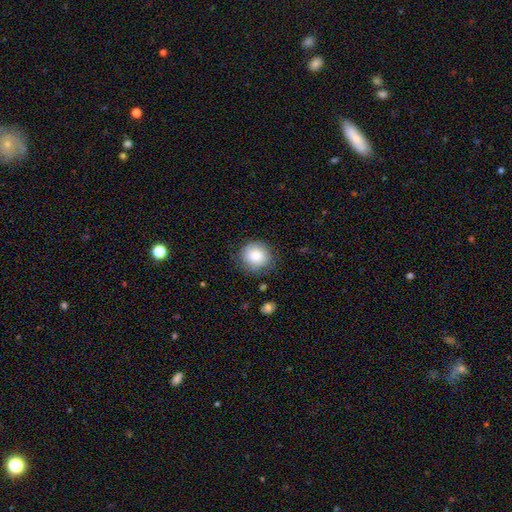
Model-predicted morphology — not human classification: Smooth or featured? smooth (77%)
How rounded? round (87%)
Merging? none (75%)